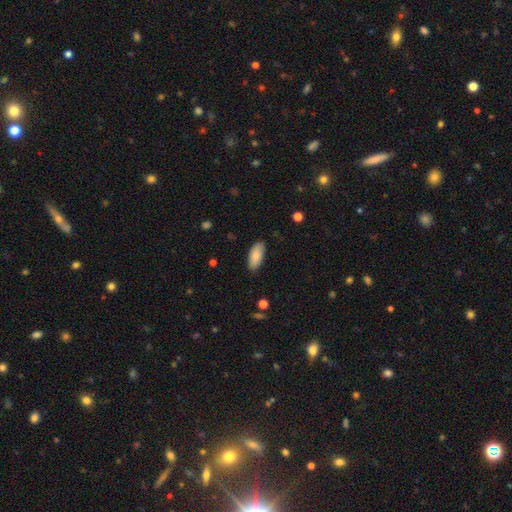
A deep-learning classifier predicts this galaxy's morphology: Smooth or featured? smooth (84%)
How rounded? in between (87%)
Merging? none (85%)